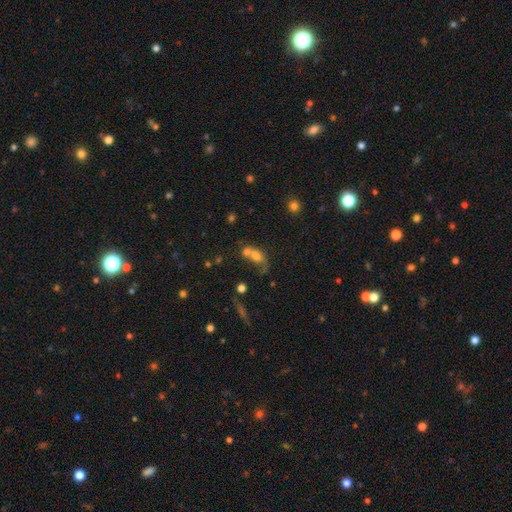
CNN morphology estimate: Smooth or featured?
  - smooth: 66% *
  - featured or disk: 20%
  - star or artifact: 14%
How rounded?
  - in between: 60% *
  - round: 35%
  - cigar-shaped: 5%
Merging?
  - merger: 62% *
  - none: 18%
  - major disturbance: 11%
  - minor disturbance: 9%